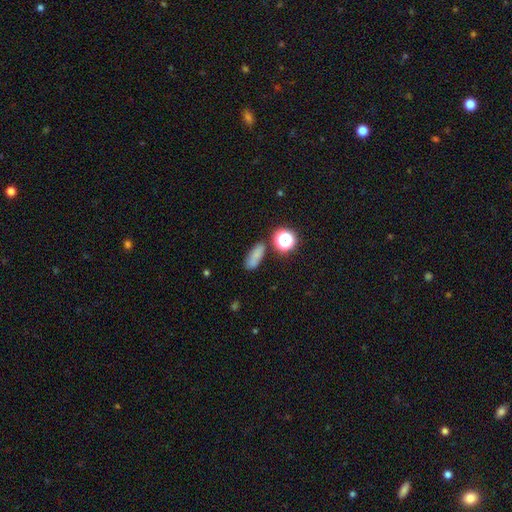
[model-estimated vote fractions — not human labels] This is likely a smooth galaxy (73%). How rounded: likely in between (63%). Merging: likely none (71%).